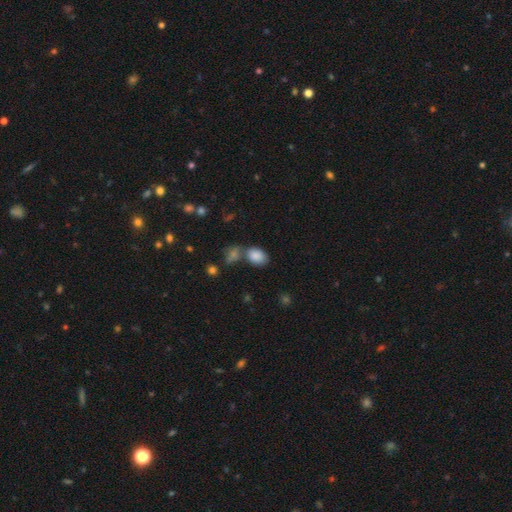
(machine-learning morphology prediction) Overall: smooth (86%). How rounded: in between (82%). Merging: none (52%; merger 30%).